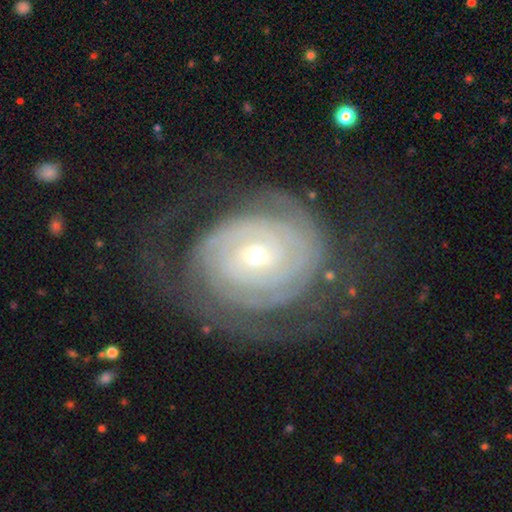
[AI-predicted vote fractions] A featured or disk galaxy (86%) with no bar (68%), tight (81%) spiral arms (94%) and a small central bulge (69%). Merging: none (67%).